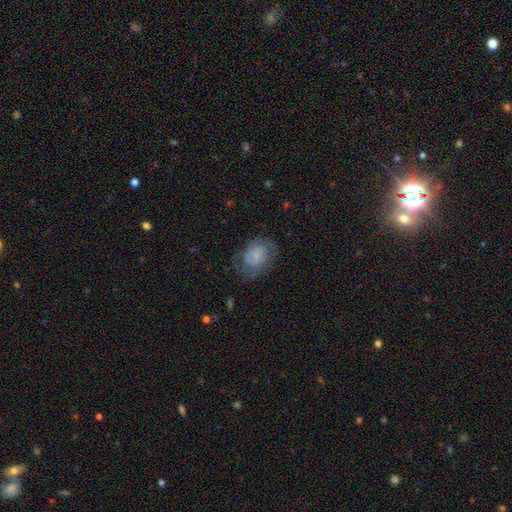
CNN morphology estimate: type=featured or disk (50%); merging=none (55%).